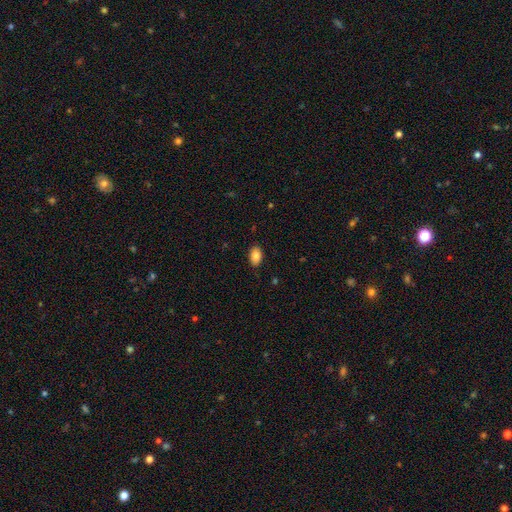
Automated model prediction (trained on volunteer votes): This is clearly a smooth galaxy (84%). How rounded: clearly in between (89%). Merging: clearly none (87%).